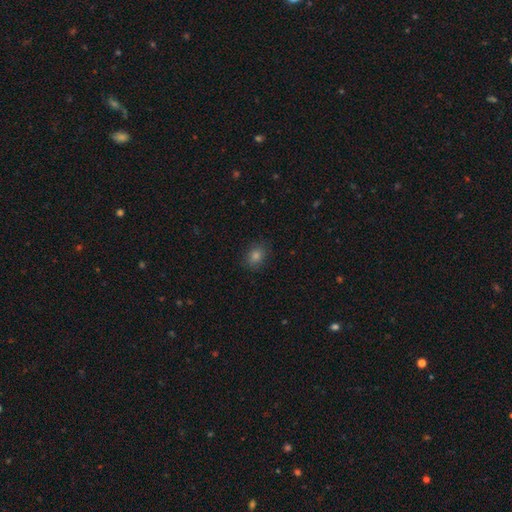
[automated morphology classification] The model was most divided on "how rounded": in between: 52%, round: 47%, cigar-shaped: 1%. More confident: merging — none (87%); smooth or featured — smooth (77%).